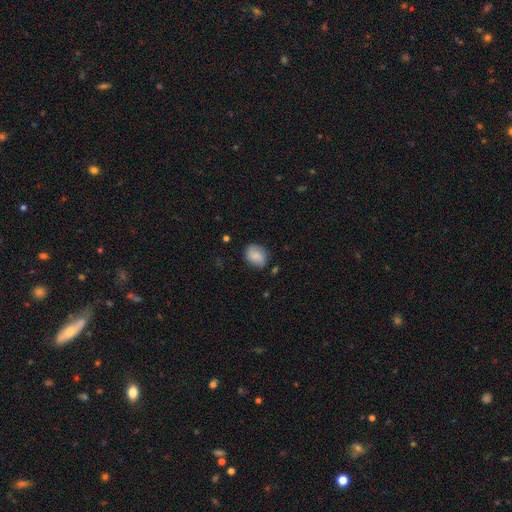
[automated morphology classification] smooth-or-featured: smooth: 74% | featured or disk: 18% | star or artifact: 8%
  how-rounded: in between: 57% | round: 41% | cigar-shaped: 1%
  merging: none: 73% | minor disturbance: 20% | major disturbance: 5% | merger: 2%